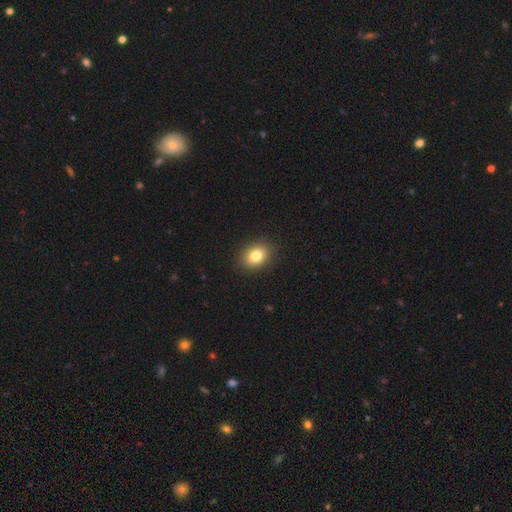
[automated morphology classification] Smooth or featured? Predicted: smooth (p=0.81). How rounded? Predicted: in between (p=0.60). Merging? Predicted: none (p=0.89).